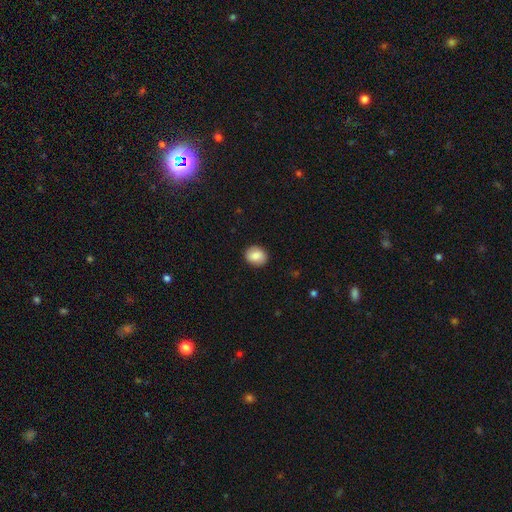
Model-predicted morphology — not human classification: Smooth or featured? Predicted: smooth (p=0.84). How rounded? Predicted: round (p=0.64). Merging? Predicted: none (p=0.89).